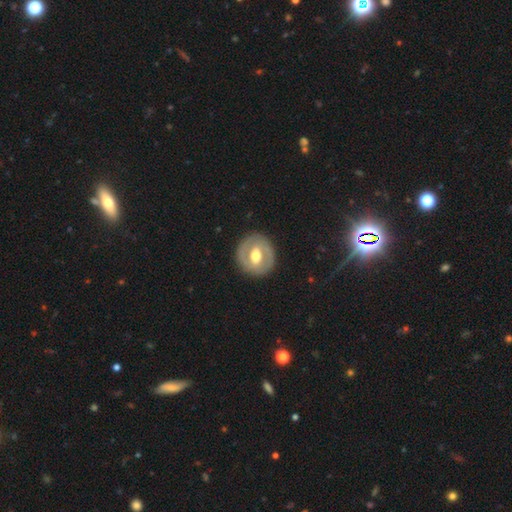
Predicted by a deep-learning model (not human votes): Smooth or featured? featured or disk (65%)
Edge-on disk? no (96%)
Bar? weak (43%)
Spiral arms? no (53%)
Bulge size? moderate (73%)
Merging? none (86%)